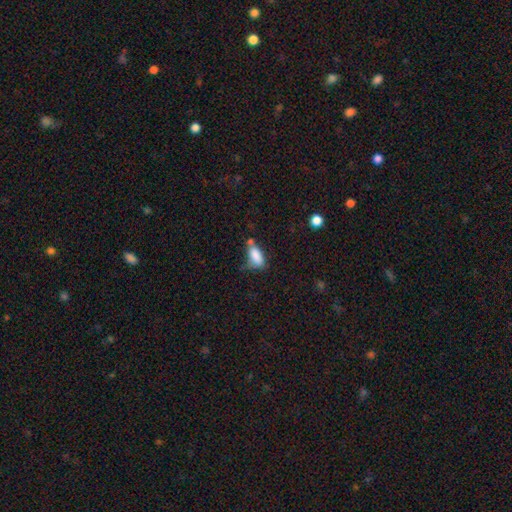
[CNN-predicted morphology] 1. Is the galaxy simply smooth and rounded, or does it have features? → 83% smooth, 9% star or artifact, 8% featured or disk.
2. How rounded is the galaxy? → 86% in between, 10% cigar-shaped, 4% round.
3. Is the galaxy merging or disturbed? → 42% none, 30% minor disturbance, 15% merger, 13% major disturbance.